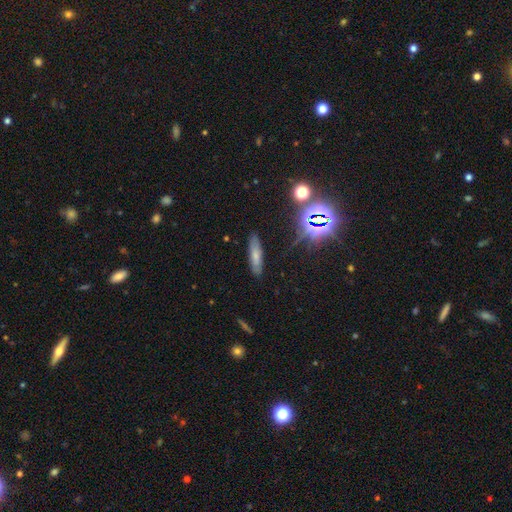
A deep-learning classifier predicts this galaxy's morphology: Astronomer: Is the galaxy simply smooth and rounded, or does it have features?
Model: smooth — 63%.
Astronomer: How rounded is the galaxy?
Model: cigar-shaped — 70%.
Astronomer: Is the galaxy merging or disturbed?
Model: none — 84%.